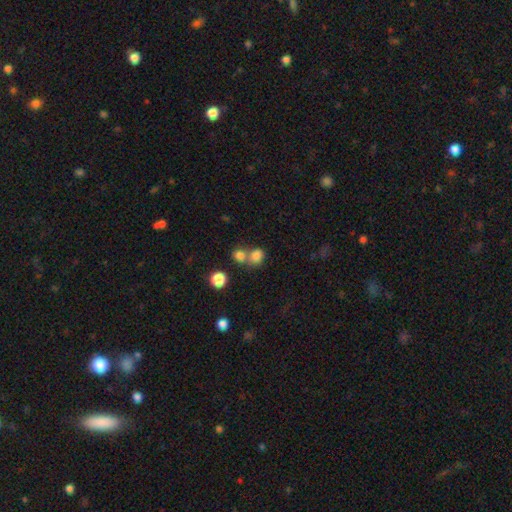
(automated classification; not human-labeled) Smooth or featured: smooth — 79% (star or artifact — 13%)
How rounded: round — 66% (in between — 32%)
Merging: merger — 47% (none — 42%)